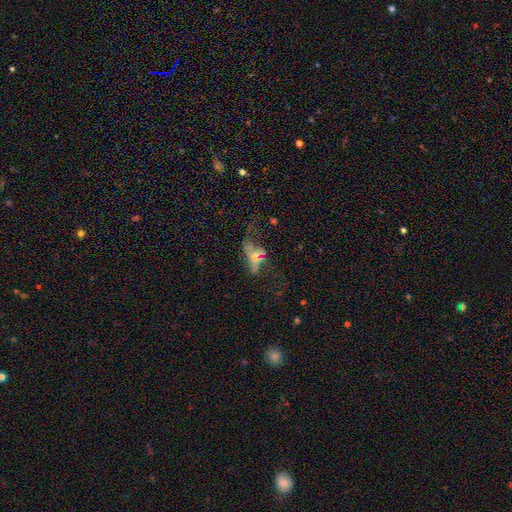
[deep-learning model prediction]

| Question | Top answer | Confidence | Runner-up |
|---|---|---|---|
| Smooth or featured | featured or disk | 57% | smooth (27%) |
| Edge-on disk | no | 83% | yes (17%) |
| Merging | major disturbance | 44% | none (29%) |